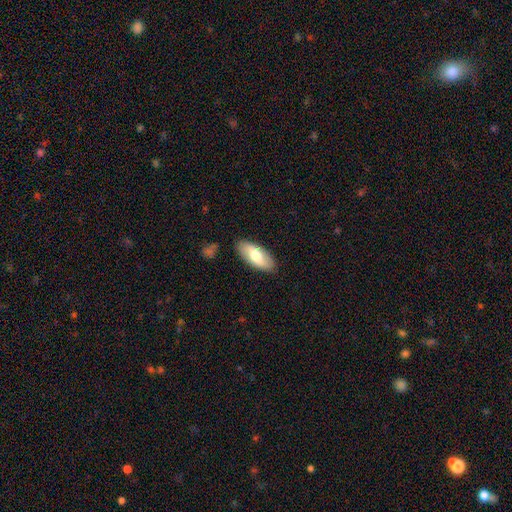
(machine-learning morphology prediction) smooth-or-featured: smooth: 62% | featured or disk: 32% | star or artifact: 5%
  how-rounded: in between: 85% | cigar-shaped: 12% | round: 3%
  merging: none: 86% | minor disturbance: 10% | major disturbance: 2% | merger: 2%